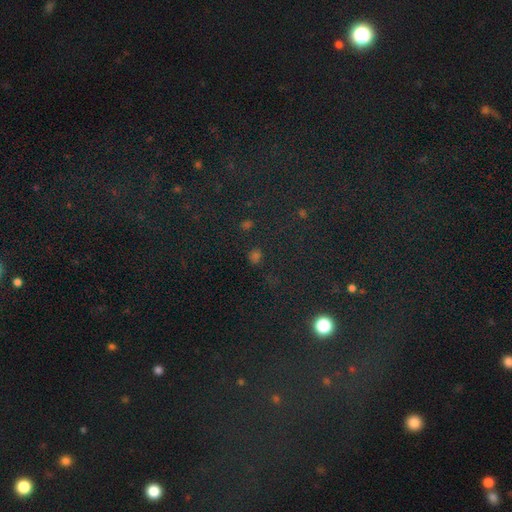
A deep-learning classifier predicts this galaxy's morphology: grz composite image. It shows a star or artifact, not a galaxy (51%).